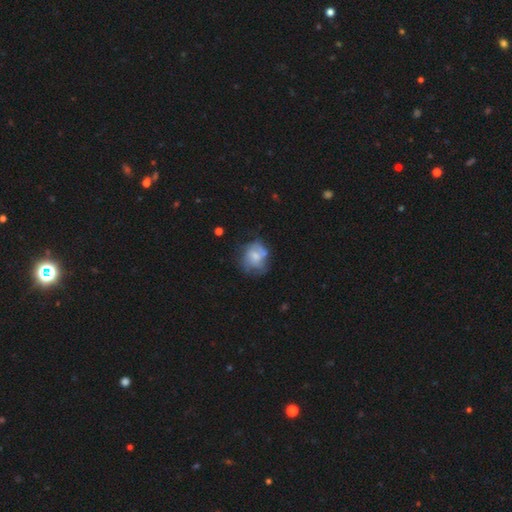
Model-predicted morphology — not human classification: smooth-or-featured: featured or disk: 47% | smooth: 45% | star or artifact: 9%
  merging: none: 50% | minor disturbance: 27% | major disturbance: 19% | merger: 5%